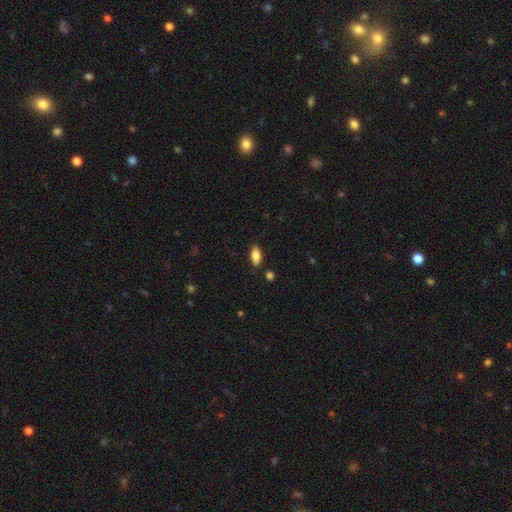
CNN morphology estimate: This is clearly a smooth galaxy (83%). How rounded: clearly in between (87%). Merging: clearly none (86%).